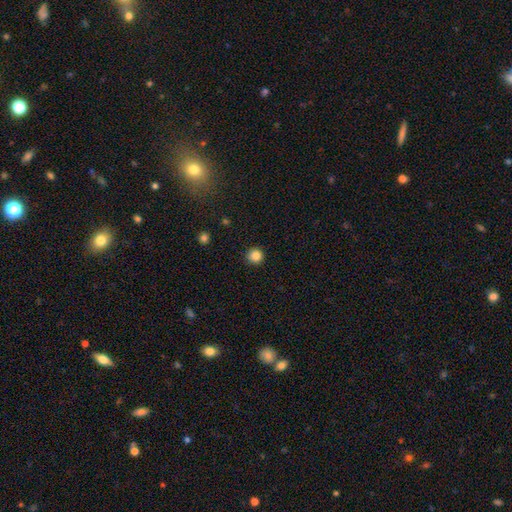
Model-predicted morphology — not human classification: A smooth galaxy with no disk features (85%) that is round (95%).

Vote fractions:
- Smooth or featured? smooth: 85% / star or artifact: 11% / featured or disk: 4%
- How rounded? round: 95% / in between: 4% / cigar-shaped: 1%
- Merging? none: 92% / minor disturbance: 6% / major disturbance: 2% / merger: 1%